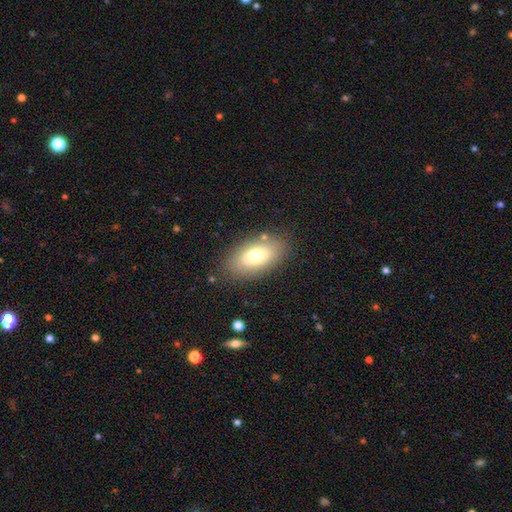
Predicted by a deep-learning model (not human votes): The model was most divided on "smooth or featured": smooth: 72%, featured or disk: 20%, star or artifact: 9%. More confident: how rounded — in between (91%); merging — none (82%).